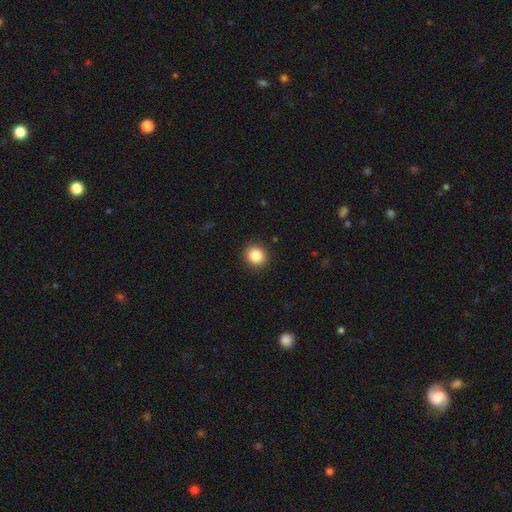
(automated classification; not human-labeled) smooth-or-featured: smooth: 85% | star or artifact: 10% | featured or disk: 5%
  how-rounded: round: 88% | in between: 11% | cigar-shaped: 1%
  merging: none: 91% | minor disturbance: 6% | major disturbance: 2% | merger: 1%